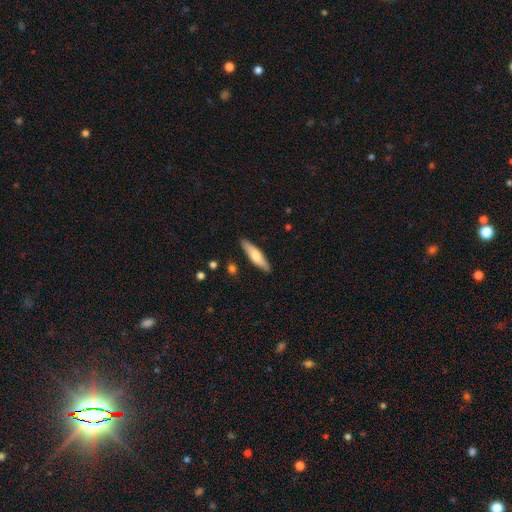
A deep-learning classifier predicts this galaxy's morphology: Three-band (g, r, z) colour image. It shows a smooth galaxy with no disk features (69%) that is cigar-shaped (71%). Merging: none (88%).